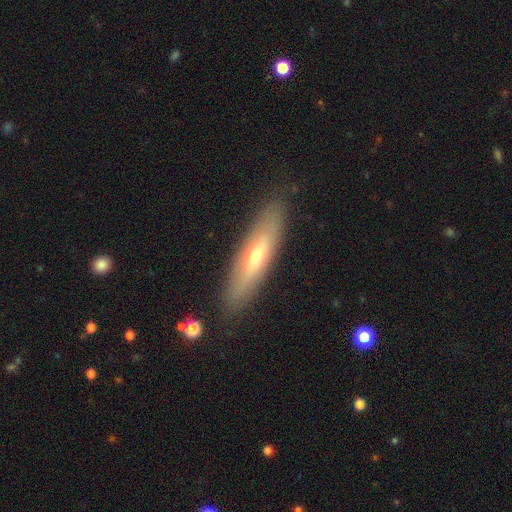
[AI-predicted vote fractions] Smooth or featured: smooth — 52% (featured or disk — 42%)
How rounded: cigar-shaped — 67% (in between — 31%)
Merging: none — 86% (minor disturbance — 10%)